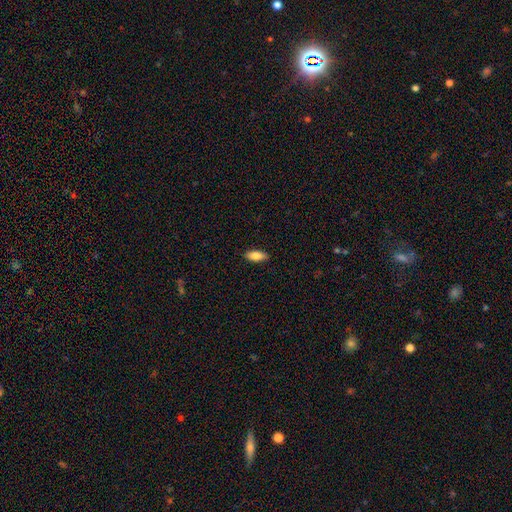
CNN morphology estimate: This is clearly a smooth galaxy (84%). How rounded: likely in between (80%). Merging: clearly none (89%).